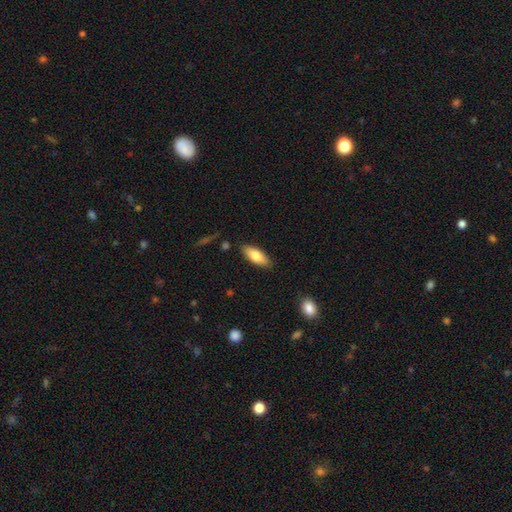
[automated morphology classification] A smooth galaxy with no disk features (79%) that is in between round and cigar-shaped (77%). Merging: none (85%).